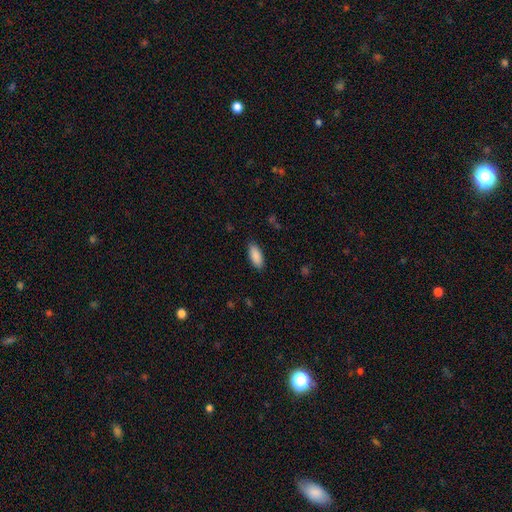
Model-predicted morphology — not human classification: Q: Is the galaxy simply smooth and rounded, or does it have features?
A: smooth — 90%.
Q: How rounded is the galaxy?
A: in between — 84%.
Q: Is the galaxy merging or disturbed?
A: none — 87%.